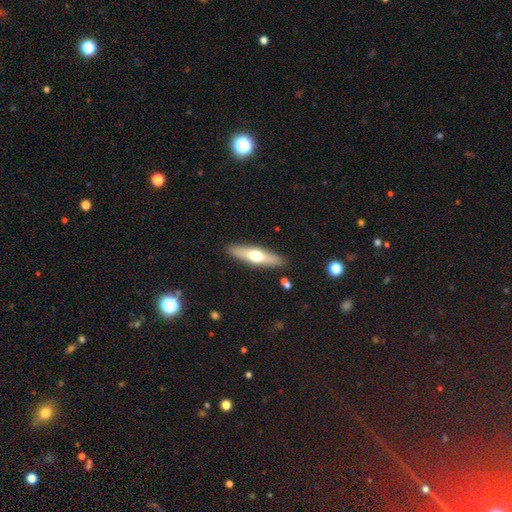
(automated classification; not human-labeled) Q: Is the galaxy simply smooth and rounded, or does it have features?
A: smooth — 50%.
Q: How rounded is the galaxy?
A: cigar-shaped — 69%.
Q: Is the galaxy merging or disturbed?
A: none — 89%.